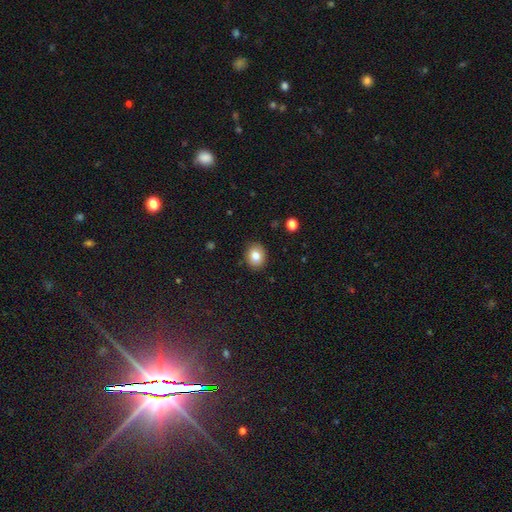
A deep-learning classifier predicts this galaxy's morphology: Smooth or featured? smooth (82%)
How rounded? round (62%)
Merging? none (89%)